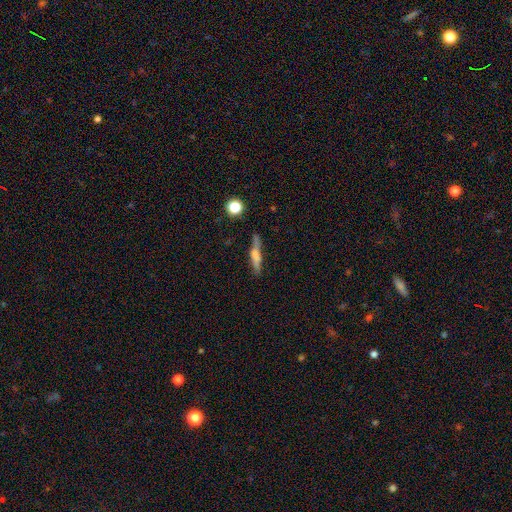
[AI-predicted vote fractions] Smooth or featured: smooth — 49% (featured or disk — 42%)
Merging: none — 73% (minor disturbance — 18%)